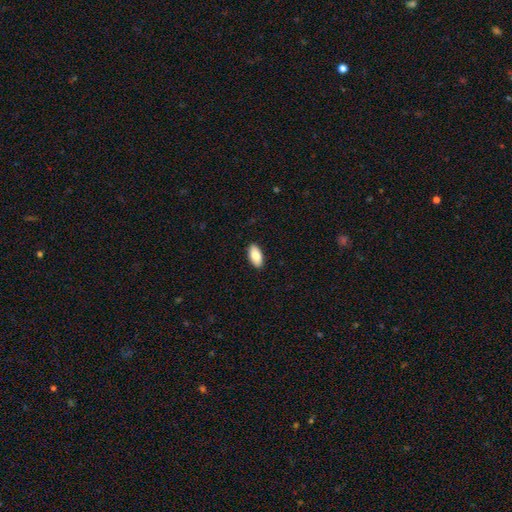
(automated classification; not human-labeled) Smooth or featured? Predicted: smooth (p=0.84). How rounded? Predicted: in between (p=0.93). Merging? Predicted: none (p=0.90).